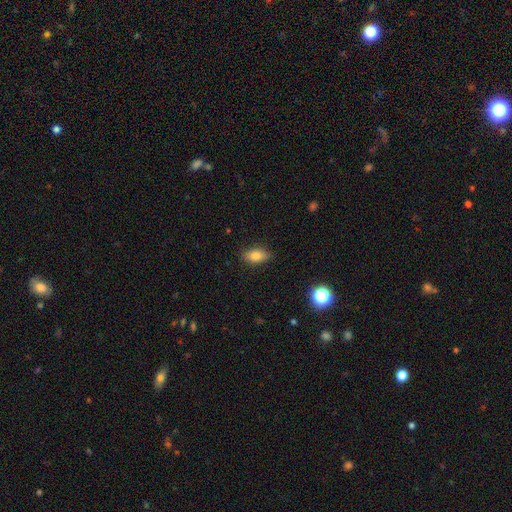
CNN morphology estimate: Q: Smooth or featured?
A: smooth (80%); runner-up: featured or disk (11%)
Q: How rounded?
A: in between (85%); runner-up: cigar-shaped (8%)
Q: Merging?
A: none (83%); runner-up: minor disturbance (13%)